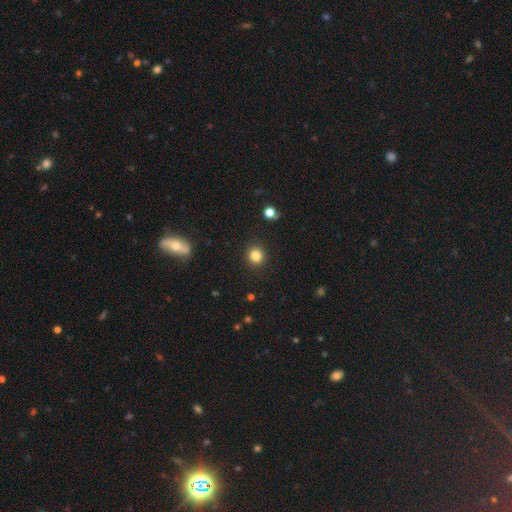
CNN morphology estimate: Overall: smooth (83%). How rounded: round (90%). Merging: none (90%).